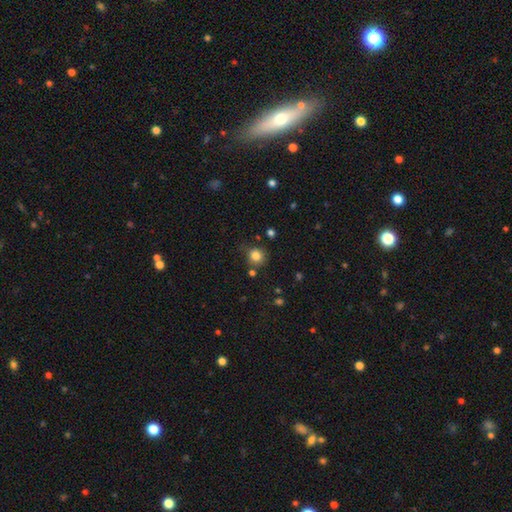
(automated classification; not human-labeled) Smooth or featured: smooth — 82% (star or artifact — 12%)
How rounded: round — 87% (in between — 13%)
Merging: none — 76% (minor disturbance — 15%)